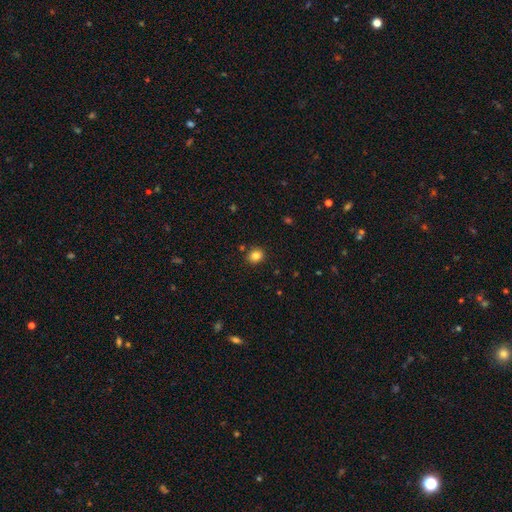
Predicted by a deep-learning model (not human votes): Overall: smooth (84%). How rounded: round (69%; in between 30%). Merging: none (87%).